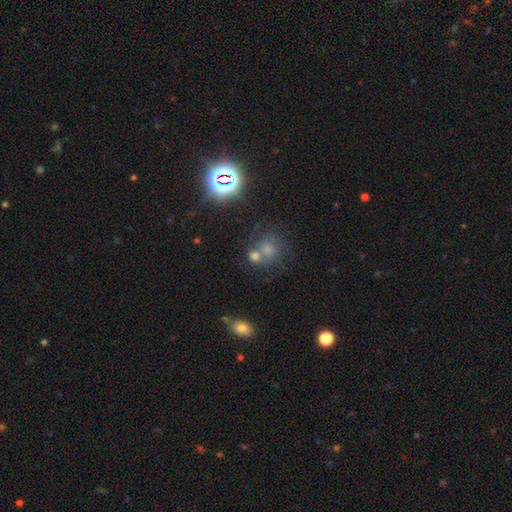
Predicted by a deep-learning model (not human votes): Smooth or featured?
  - star or artifact: 56% *
  - smooth: 33%
  - featured or disk: 12%